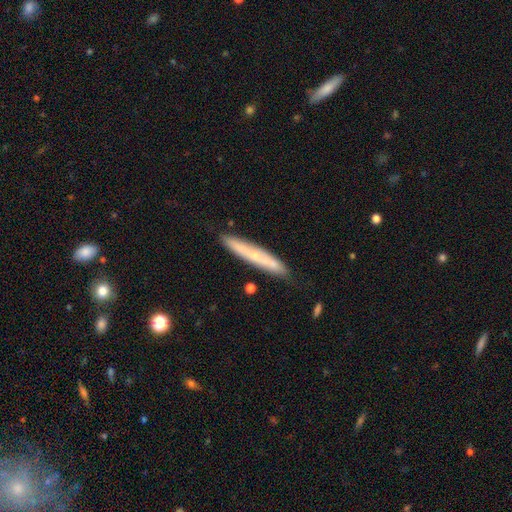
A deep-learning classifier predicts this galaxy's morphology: Smooth or featured? Predicted: smooth (p=0.56). How rounded? Predicted: cigar-shaped (p=0.94). Merging? Predicted: none (p=0.85).